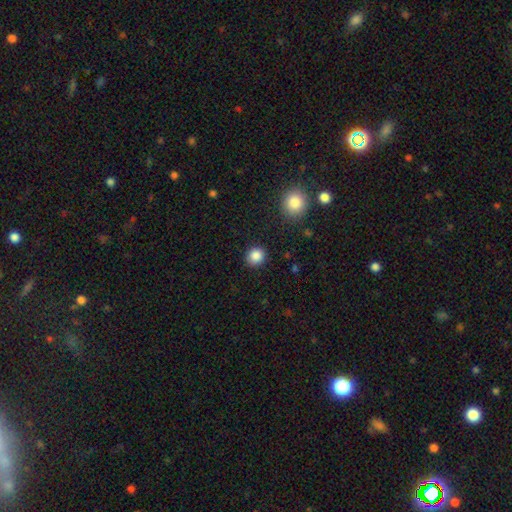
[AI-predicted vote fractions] smooth 87%, star or artifact 10%, featured or disk 3%. Down the decision tree: how rounded — round (85%); merging — none (90%).